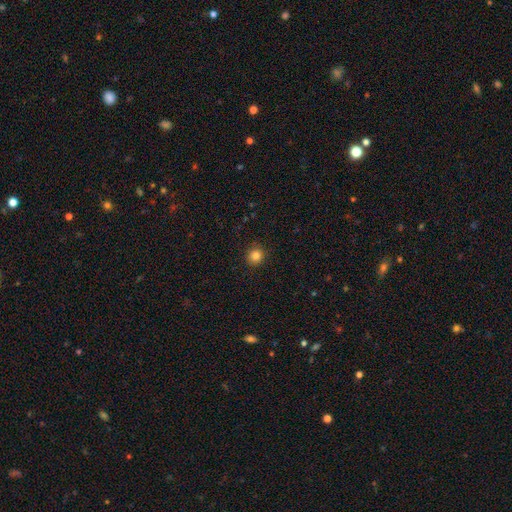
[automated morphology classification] smooth_or_featured: smooth (p=0.83) [alt: star or artifact p=0.12]
how_rounded: round (p=0.91) [alt: in between p=0.08]
merging: none (p=0.91) [alt: minor disturbance p=0.06]